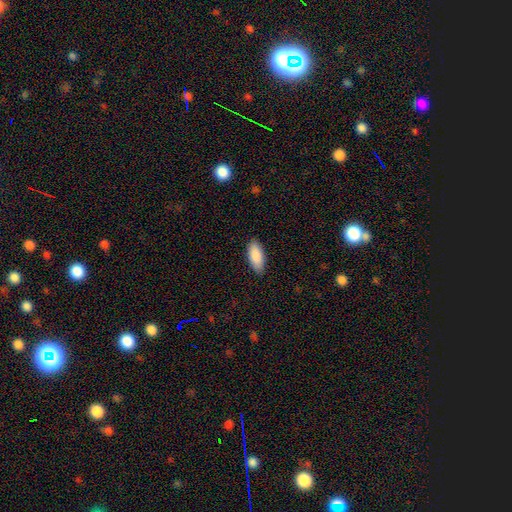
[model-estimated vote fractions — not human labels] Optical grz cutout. It shows a smooth galaxy with no disk features (89%) that is in between round and cigar-shaped (85%). Merging: none (88%).